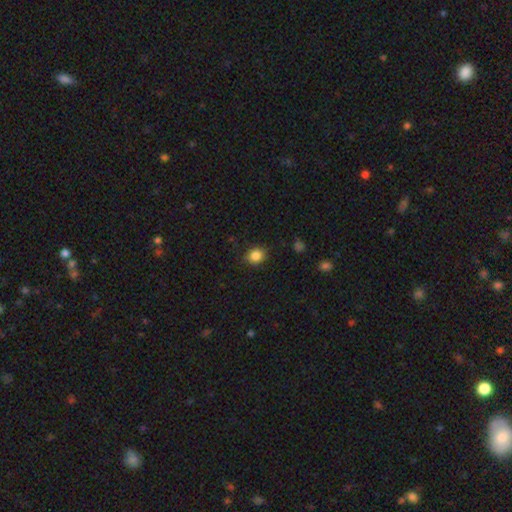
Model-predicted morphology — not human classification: The model was most divided on "how rounded": round: 69%, in between: 30%, cigar-shaped: 1%. More confident: merging — none (86%); smooth or featured — smooth (85%).